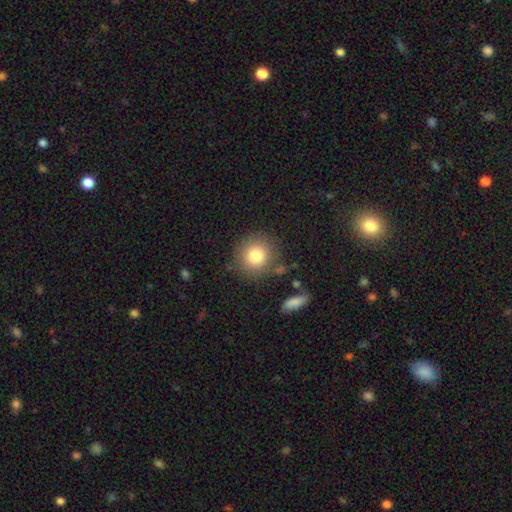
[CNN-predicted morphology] smooth_or_featured: smooth (p=0.80) [alt: featured or disk p=0.10]
how_rounded: round (p=0.91) [alt: in between p=0.08]
merging: none (p=0.81) [alt: minor disturbance p=0.11]